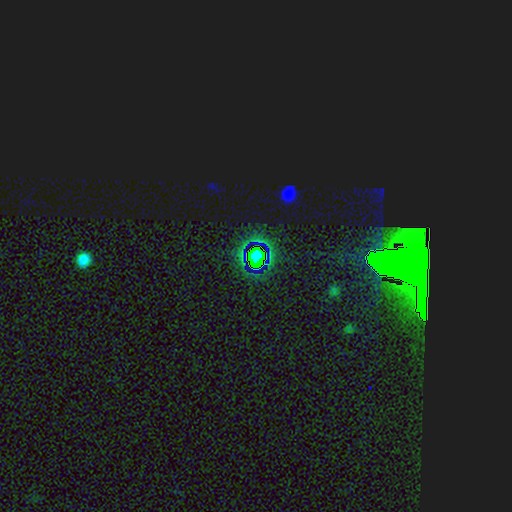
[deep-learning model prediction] star or artifact 75%, smooth 15%, featured or disk 10%.